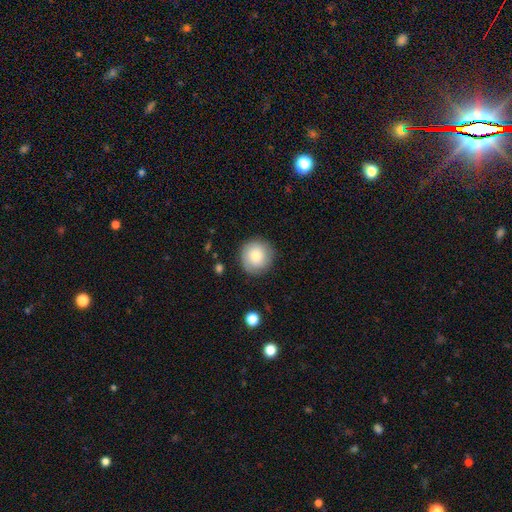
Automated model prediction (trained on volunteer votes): smooth 76%, featured or disk 16%, star or artifact 8%. Down the decision tree: how rounded — round (94%); merging — none (85%).